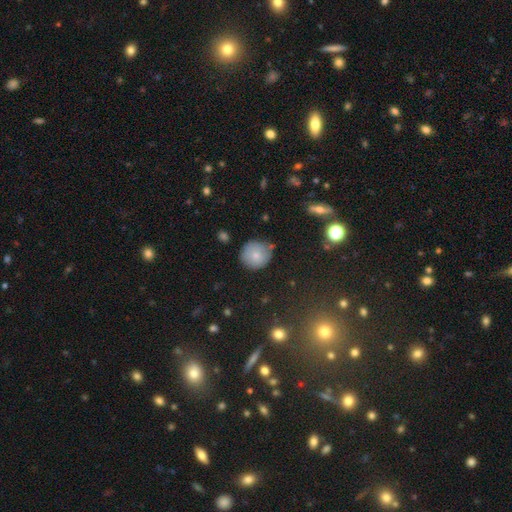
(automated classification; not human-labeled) smooth 75%, featured or disk 14%, star or artifact 11%. Down the decision tree: how rounded — round (91%); merging — none (71%).